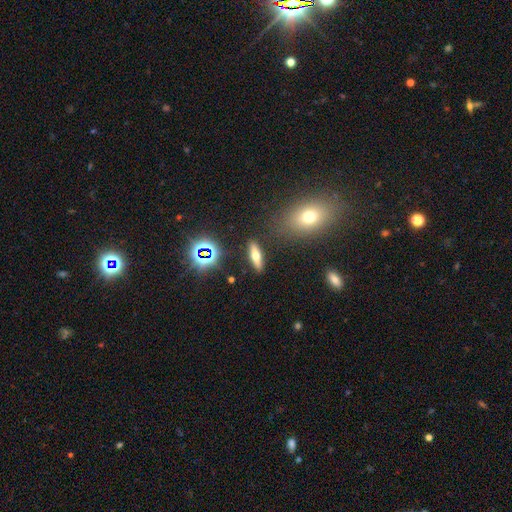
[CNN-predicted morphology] type=smooth (46%); merging=none (87%).